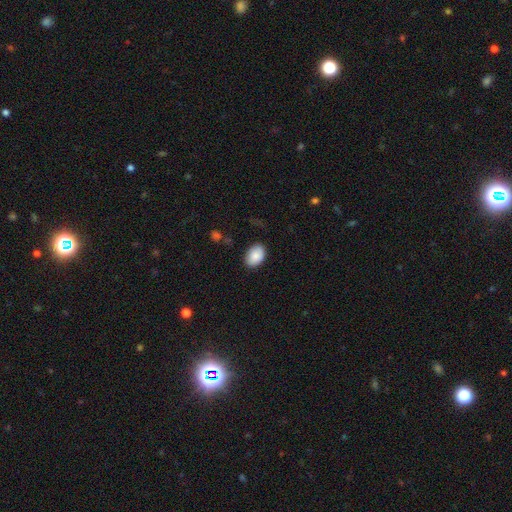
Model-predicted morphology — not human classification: Overall: smooth (88%). How rounded: in between (86%). Merging: none (84%).